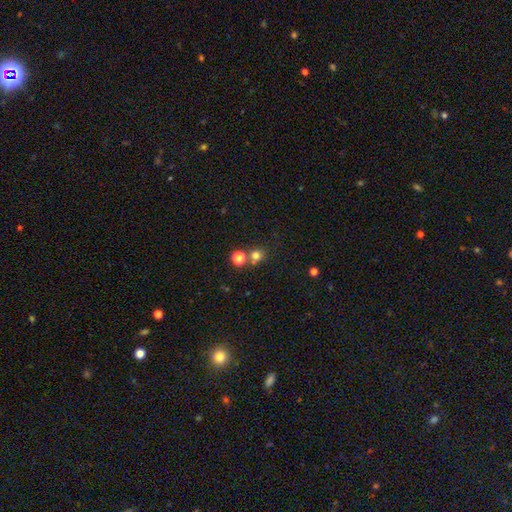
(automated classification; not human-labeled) Overall: smooth (74%). How rounded: round (86%). Merging: none (62%; merger 27%).